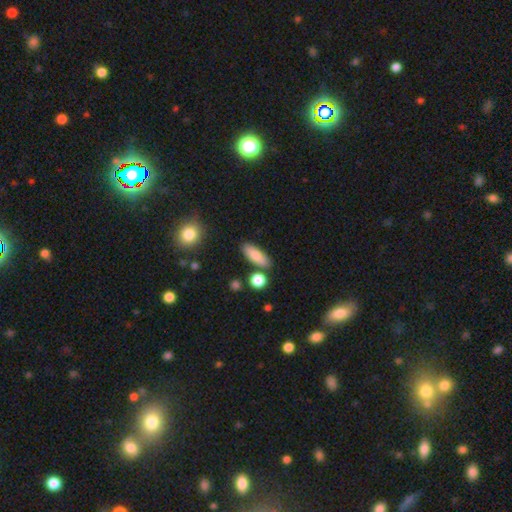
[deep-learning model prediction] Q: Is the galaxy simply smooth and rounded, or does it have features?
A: smooth — 83%.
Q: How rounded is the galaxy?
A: in between — 58%.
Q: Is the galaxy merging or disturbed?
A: none — 81%.